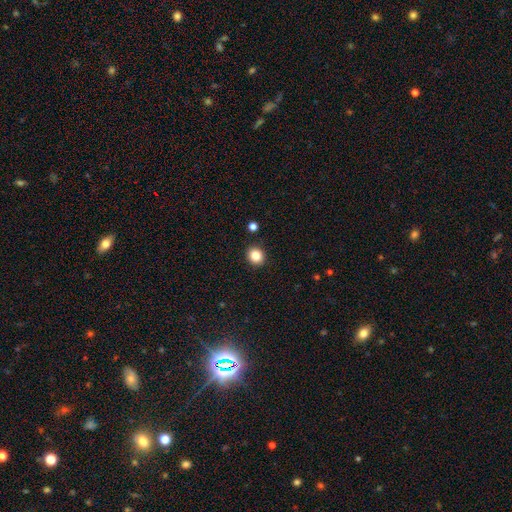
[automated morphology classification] Overall: smooth (84%). How rounded: round (85%). Merging: none (91%).